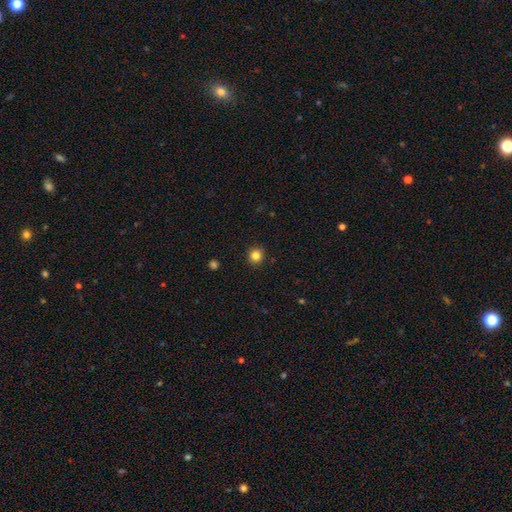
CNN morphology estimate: smooth-or-featured: smooth: 83% | star or artifact: 12% | featured or disk: 5%
  how-rounded: round: 92% | in between: 7% | cigar-shaped: 1%
  merging: none: 92% | minor disturbance: 5% | major disturbance: 2% | merger: 1%